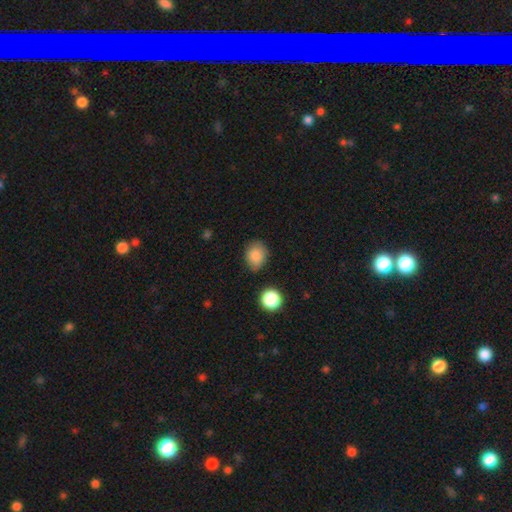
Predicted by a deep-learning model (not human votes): A smooth galaxy with no disk features (85%) that is round (50%).

Vote fractions:
- Smooth or featured? smooth: 85% / star or artifact: 9% / featured or disk: 6%
- How rounded? round: 50% / in between: 49% / cigar-shaped: 1%
- Merging? none: 73% / minor disturbance: 20% / major disturbance: 4% / merger: 3%